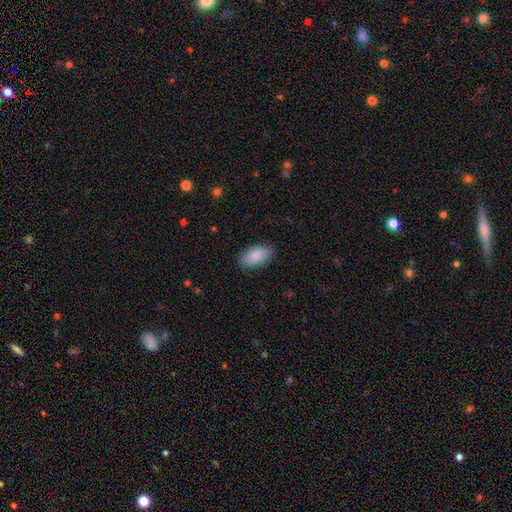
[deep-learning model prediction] smooth 89%, star or artifact 6%, featured or disk 5%. Down the decision tree: how rounded — in between (95%); merging — none (87%).